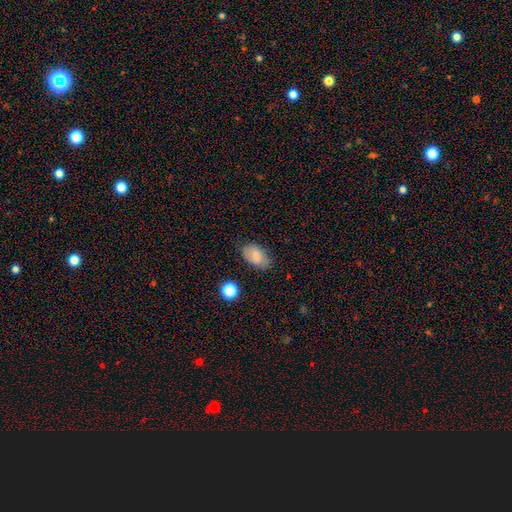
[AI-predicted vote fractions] The model was most divided on "merging": none: 75%, minor disturbance: 18%, major disturbance: 4%, merger: 2%. More confident: how rounded — in between (92%); smooth or featured — smooth (80%).